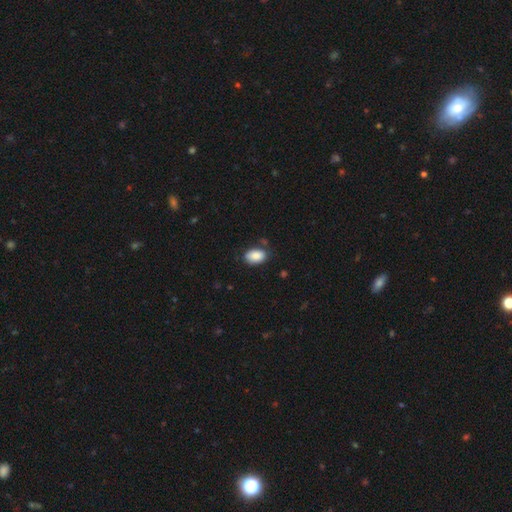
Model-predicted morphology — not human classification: type=smooth (88%); roundness=in between (88%); merging=none (78%).